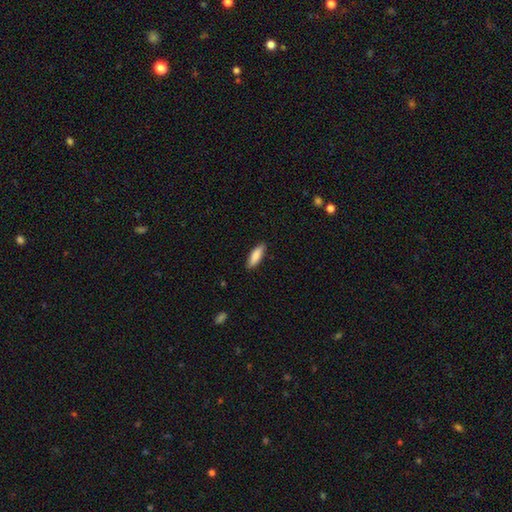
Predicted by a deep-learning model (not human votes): smooth-or-featured: smooth: 85% | featured or disk: 10% | star or artifact: 6%
  how-rounded: in between: 55% | cigar-shaped: 43% | round: 2%
  merging: none: 87% | minor disturbance: 10% | major disturbance: 2% | merger: 1%